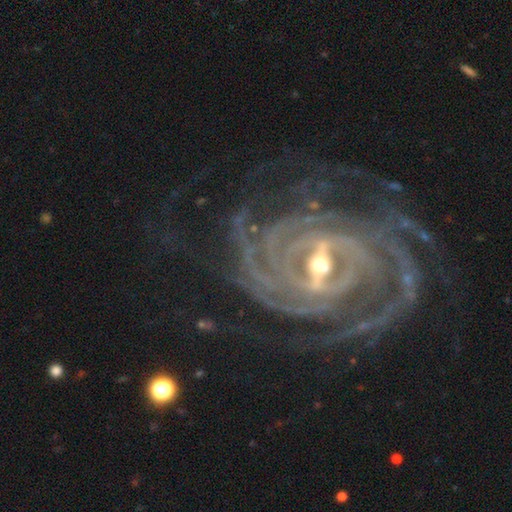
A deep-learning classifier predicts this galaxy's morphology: type=featured or disk (92%); edge-on=no (97%); bar=strong (55%); spiral arms=yes (99%); winding=tight (79%); arm count=more than 4 (25%); bulge=moderate (49%); merging=none (72%).